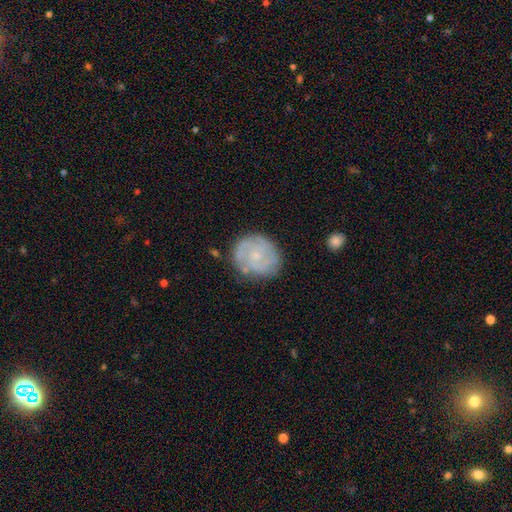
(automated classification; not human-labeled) A featured or disk galaxy (70%) with no bar (73%), 2 (33%) tight (55%) spiral arms (89%) and a small central bulge (73%).

Vote fractions:
- Smooth or featured? featured or disk: 70% / smooth: 24% / star or artifact: 6%
- Edge-on disk? no: 98% / yes: 2%
- Bar? no: 73% / weak: 23% / strong: 3%
- Spiral arms? yes: 89% / no: 11%
- Spiral winding? tight: 55% / medium: 35% / loose: 10%
- Spiral arm count? 2: 33% / can't tell: 28% / 3: 24% / 4: 6% / 1: 5% / more than 4: 4%
- Bulge size? small: 73% / moderate: 18% / none: 7% / large: 1% / dominant: 1%
- Merging? none: 76% / minor disturbance: 17% / major disturbance: 5% / merger: 2%